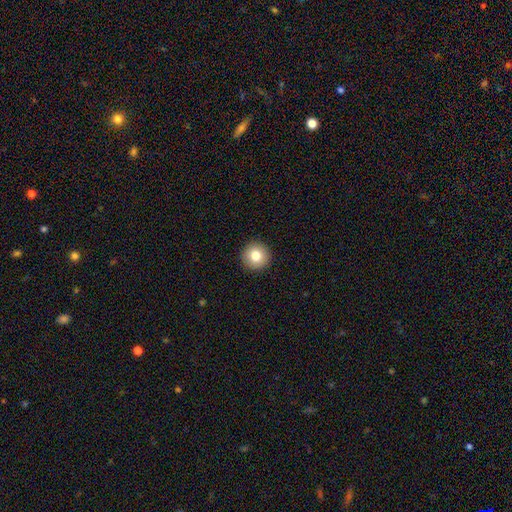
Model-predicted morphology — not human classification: This is clearly a smooth galaxy (81%). How rounded: clearly round (96%). Merging: clearly none (93%).